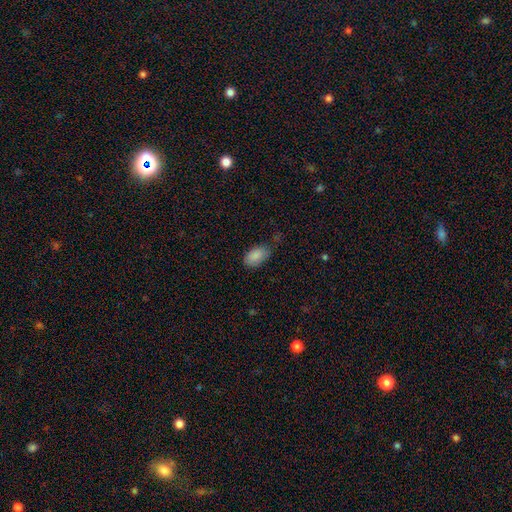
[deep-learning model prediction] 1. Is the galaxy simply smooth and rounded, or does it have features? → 87% smooth, 7% star or artifact, 6% featured or disk.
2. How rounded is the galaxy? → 94% in between, 4% round, 2% cigar-shaped.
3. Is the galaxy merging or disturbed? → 65% none, 28% minor disturbance, 6% major disturbance, 2% merger.